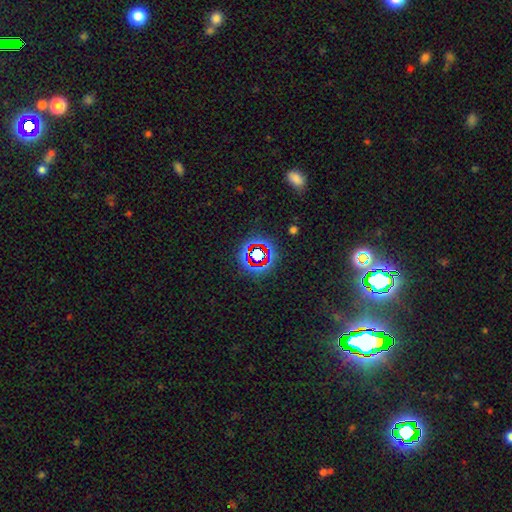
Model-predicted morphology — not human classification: Overall: star or artifact (73%).